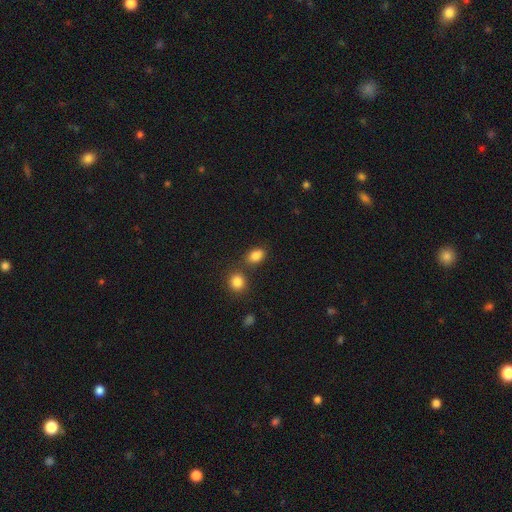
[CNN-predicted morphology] This appears to be a smooth galaxy with no disk features (84%) that is in between round and cigar-shaped (79%). Merging: none (66%).